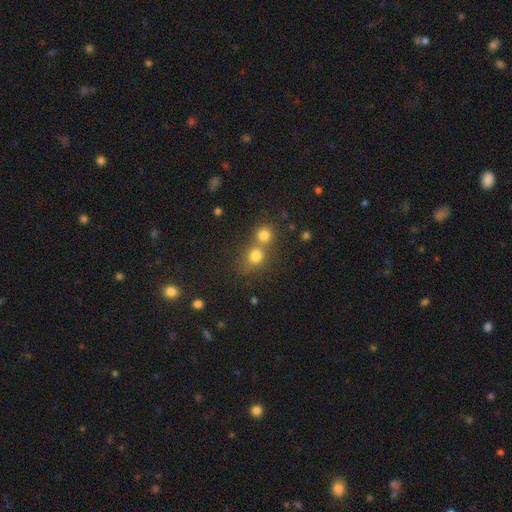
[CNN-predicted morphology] Smooth or featured?
  - smooth: 77% *
  - star or artifact: 15%
  - featured or disk: 8%
How rounded?
  - round: 79% *
  - in between: 20%
  - cigar-shaped: 1%
Merging?
  - merger: 48% *
  - none: 42%
  - minor disturbance: 7%
  - major disturbance: 3%